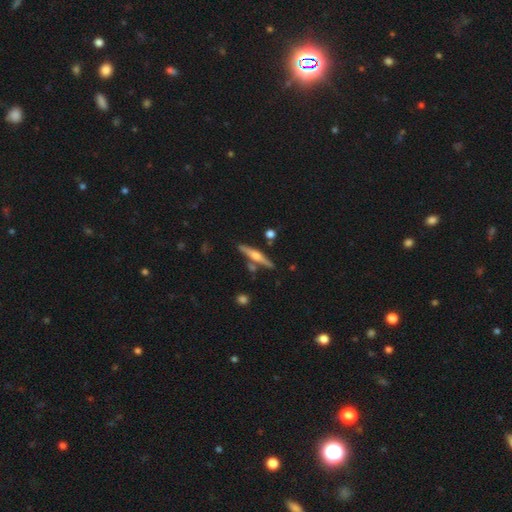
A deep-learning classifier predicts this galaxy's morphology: This appears to be a featured or disk galaxy (70%) viewed edge-on (98%) with a rounded central bulge (90%). Merging: none (82%).